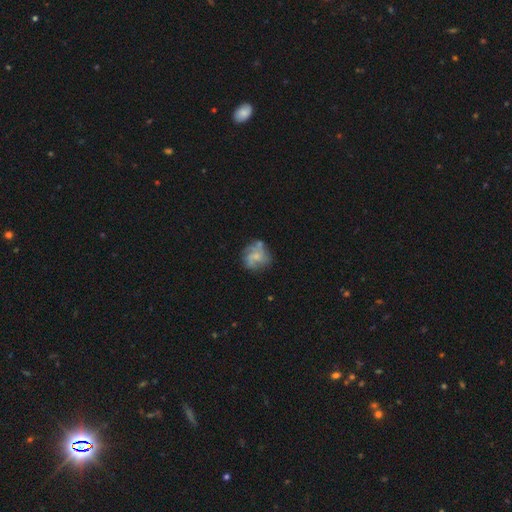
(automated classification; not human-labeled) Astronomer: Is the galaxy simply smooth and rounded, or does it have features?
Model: featured or disk — 56% (runner-up: smooth, 35%).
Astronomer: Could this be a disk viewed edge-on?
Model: no — 98%.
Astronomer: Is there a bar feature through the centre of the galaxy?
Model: no — 75%.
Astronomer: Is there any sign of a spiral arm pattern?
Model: yes — 71%.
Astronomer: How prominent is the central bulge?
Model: small — 54% (runner-up: moderate, 30%).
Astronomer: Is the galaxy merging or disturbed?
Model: none — 60%.